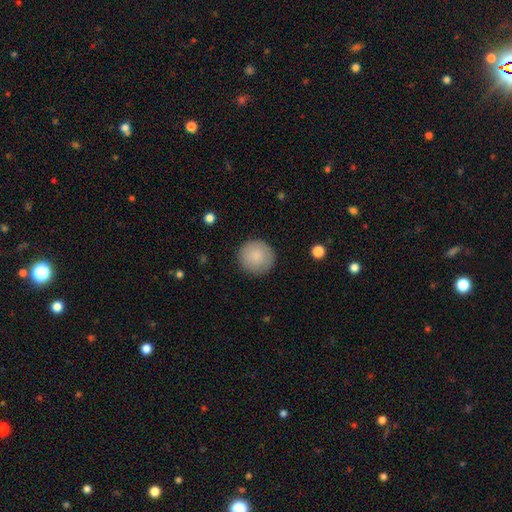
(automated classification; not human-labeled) The model was most divided on "smooth or featured": smooth: 86%, featured or disk: 8%, star or artifact: 6%. More confident: how rounded — round (95%); merging — none (90%).